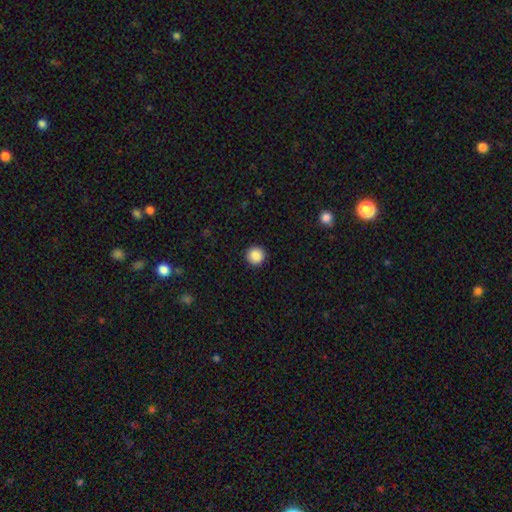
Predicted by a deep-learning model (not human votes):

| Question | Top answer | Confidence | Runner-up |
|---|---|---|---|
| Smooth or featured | smooth | 88% | star or artifact (9%) |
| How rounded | round | 96% | in between (3%) |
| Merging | none | 93% | minor disturbance (5%) |